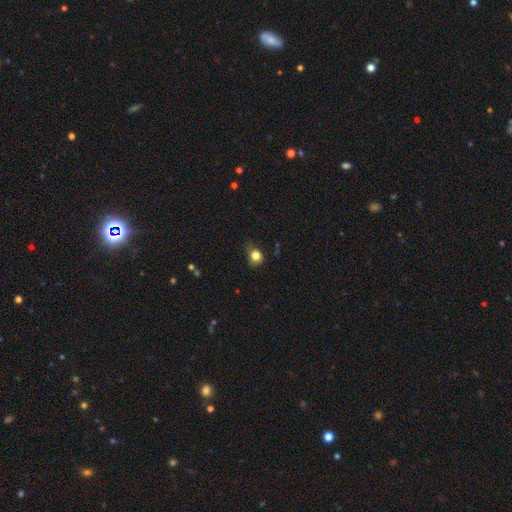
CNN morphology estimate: Smooth or featured?
  - smooth: 80% *
  - star or artifact: 12%
  - featured or disk: 8%
How rounded?
  - round: 67% *
  - in between: 32%
  - cigar-shaped: 1%
Merging?
  - none: 57% *
  - minor disturbance: 31%
  - major disturbance: 10%
  - merger: 2%